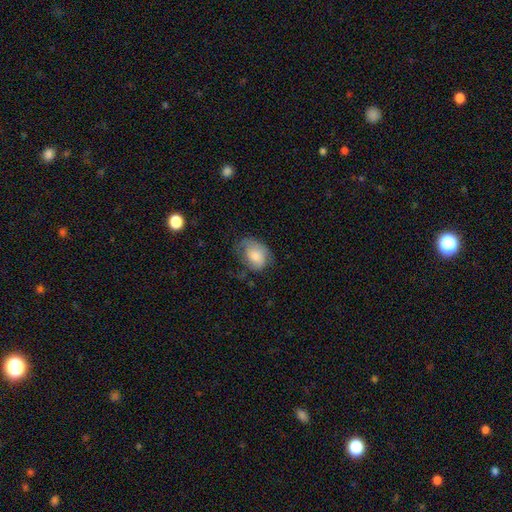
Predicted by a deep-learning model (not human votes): A smooth galaxy with no disk features (71%) that is in between round and cigar-shaped (70%).

Vote fractions:
- Smooth or featured? smooth: 71% / featured or disk: 22% / star or artifact: 8%
- How rounded? in between: 70% / round: 28% / cigar-shaped: 1%
- Merging? none: 41% / minor disturbance: 34% / major disturbance: 23% / merger: 2%